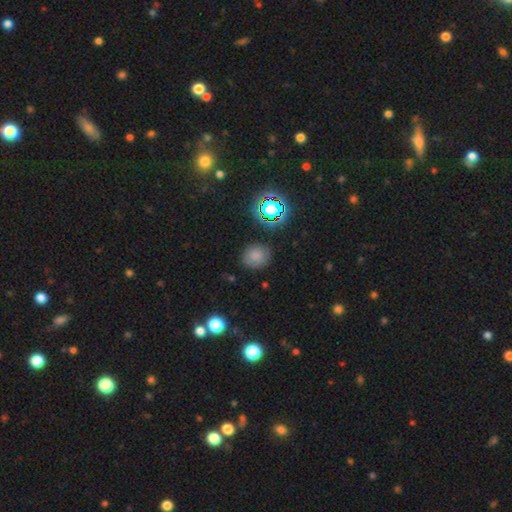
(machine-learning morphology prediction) Smooth or featured? smooth (73%)
How rounded? round (74%)
Merging? none (82%)